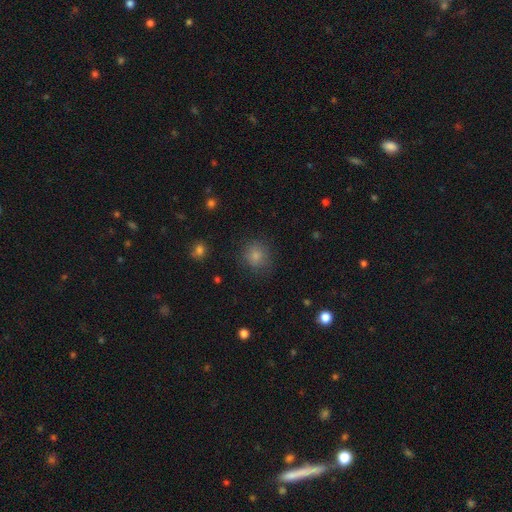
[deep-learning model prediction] A smooth galaxy with no disk features (82%) that is round (85%).

Vote fractions:
- Smooth or featured? smooth: 82% / star or artifact: 12% / featured or disk: 6%
- How rounded? round: 85% / in between: 14% / cigar-shaped: 1%
- Merging? none: 79% / minor disturbance: 15% / major disturbance: 5% / merger: 2%